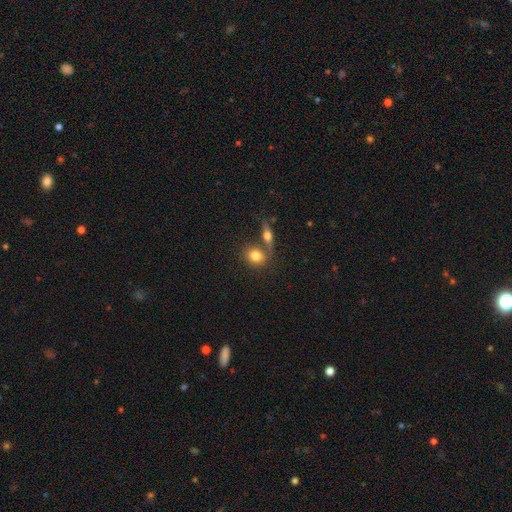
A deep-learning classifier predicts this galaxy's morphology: smooth_or_featured: smooth (p=0.76) [alt: featured or disk p=0.15]
how_rounded: round (p=0.53) [alt: in between p=0.44]
merging: none (p=0.52) [alt: merger p=0.33]